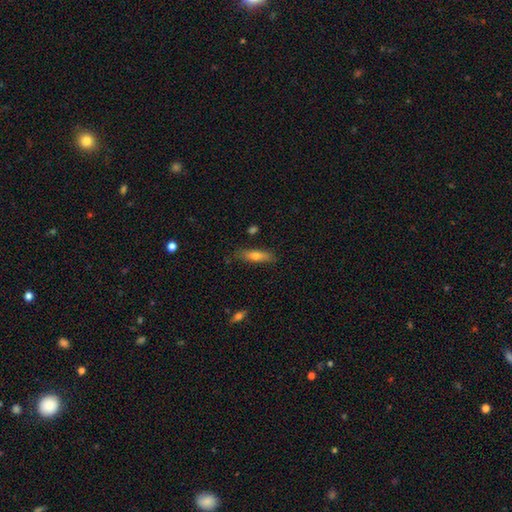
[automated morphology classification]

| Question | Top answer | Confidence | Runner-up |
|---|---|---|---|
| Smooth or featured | smooth | 64% | featured or disk (29%) |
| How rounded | cigar-shaped | 62% | in between (35%) |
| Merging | none | 79% | minor disturbance (16%) |